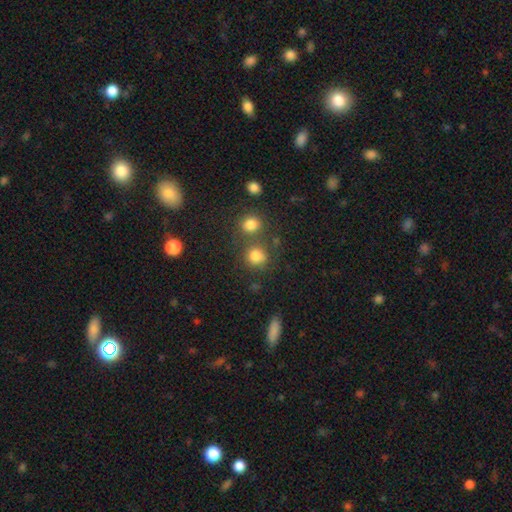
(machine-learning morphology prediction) This is likely a smooth galaxy (80%). How rounded: clearly round (81%). Merging: likely none (61%).